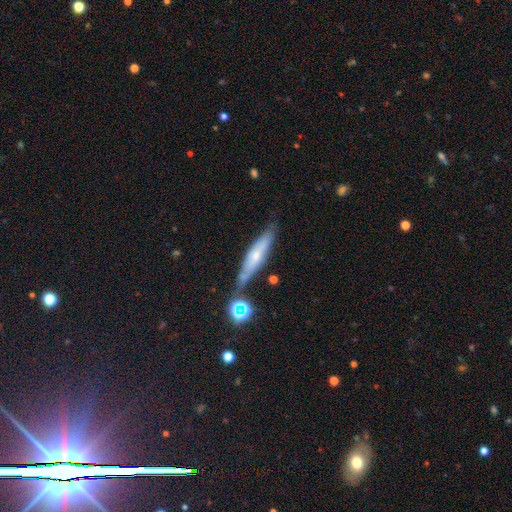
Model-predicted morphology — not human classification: A smooth galaxy with no disk features (46%).

Vote fractions:
- Smooth or featured? smooth: 46% / featured or disk: 44% / star or artifact: 10%
- Merging? none: 65% / minor disturbance: 20% / merger: 10% / major disturbance: 6%